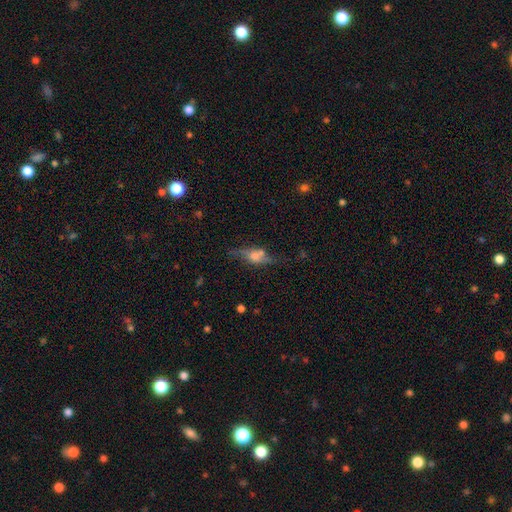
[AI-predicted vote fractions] This appears to be a featured or disk galaxy (56%) viewed edge-on (67%). Merging: none (56%).